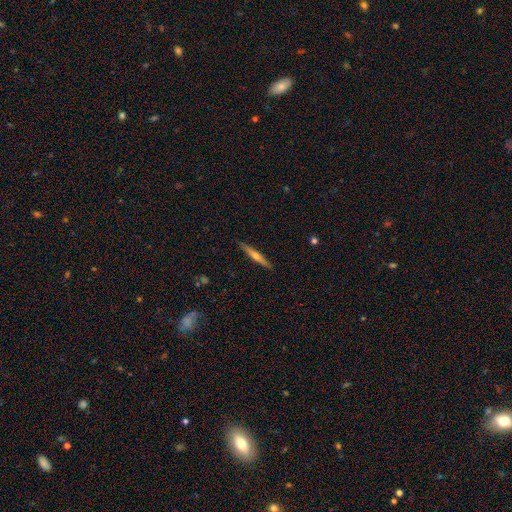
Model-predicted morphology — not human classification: type=featured or disk (61%); edge-on=yes (97%); edge-on bulge=rounded (81%); merging=none (91%).